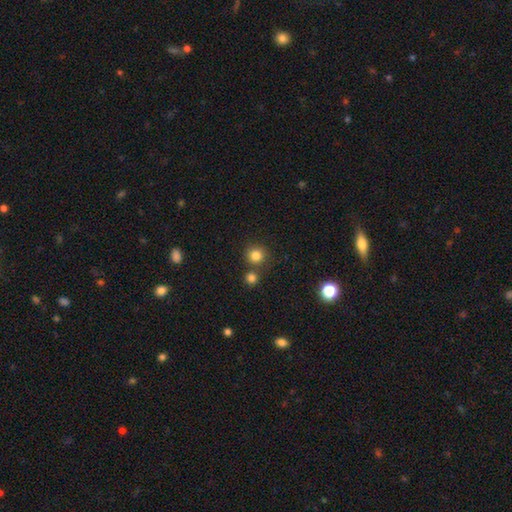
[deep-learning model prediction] A smooth galaxy with no disk features (81%) that is round (92%). Merging: none (73%).